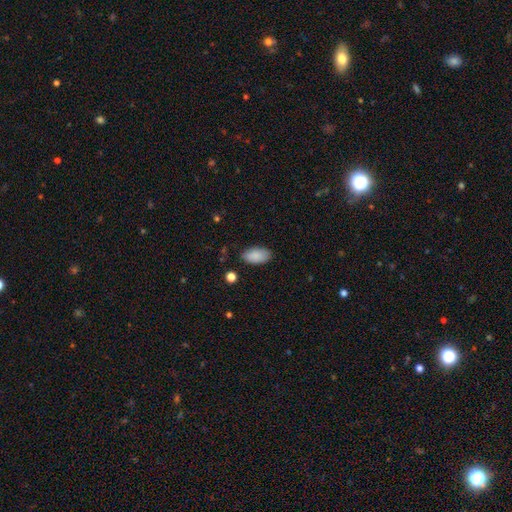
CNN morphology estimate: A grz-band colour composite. It shows a smooth galaxy with no disk features (88%) that is in between round and cigar-shaped (94%). Merging: none (84%).